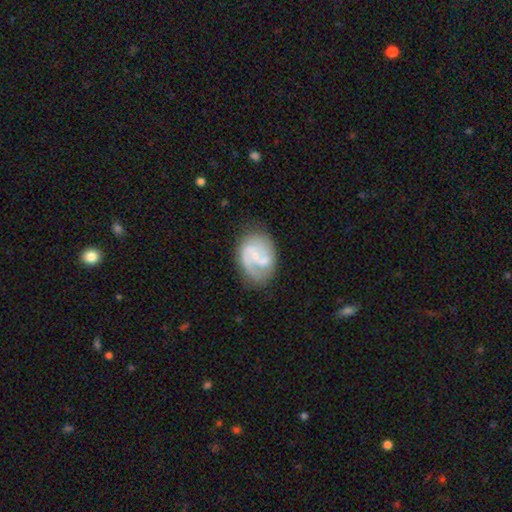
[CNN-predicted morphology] A featured or disk galaxy (75%) with a weak bar (46%), 2 (67%) medium (48%) spiral arms (89%) and a small central bulge (60%). Merging: none (61%).